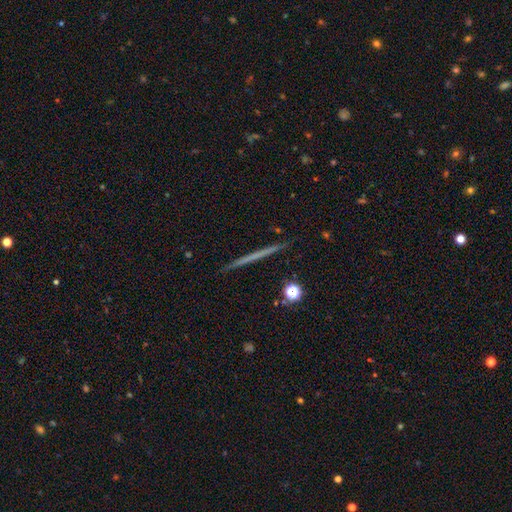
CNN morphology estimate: The model was most divided on "smooth or featured": featured or disk: 52%, smooth: 41%, star or artifact: 7%. More confident: edge-on disk — yes (97%); merging — none (93%); edge-on bulge — none (92%).